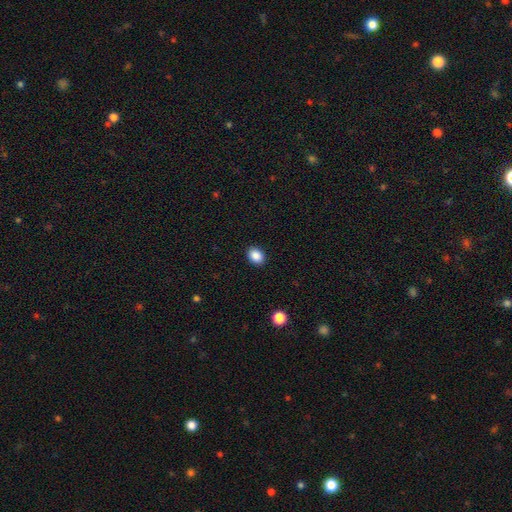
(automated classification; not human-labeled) Smooth or featured? smooth (88%)
How rounded? in between (61%)
Merging? none (91%)